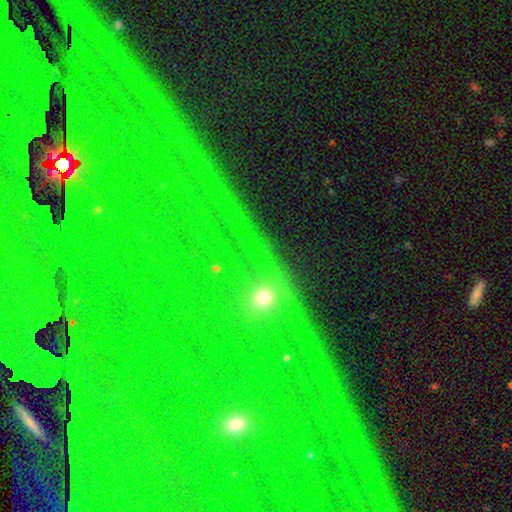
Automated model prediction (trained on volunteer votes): A star or artifact, not a galaxy (51%).